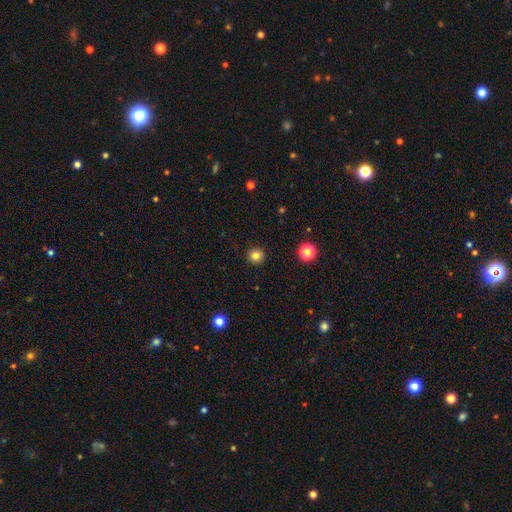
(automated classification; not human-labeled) This is clearly a smooth galaxy (82%). How rounded: clearly round (93%). Merging: clearly none (92%).